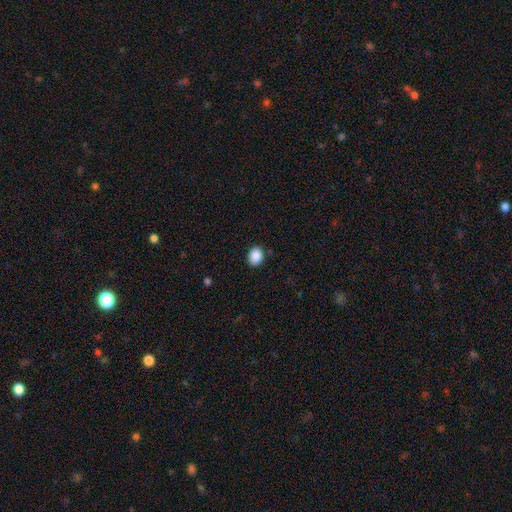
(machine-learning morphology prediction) Smooth or featured? smooth (89%)
How rounded? in between (52%)
Merging? none (88%)